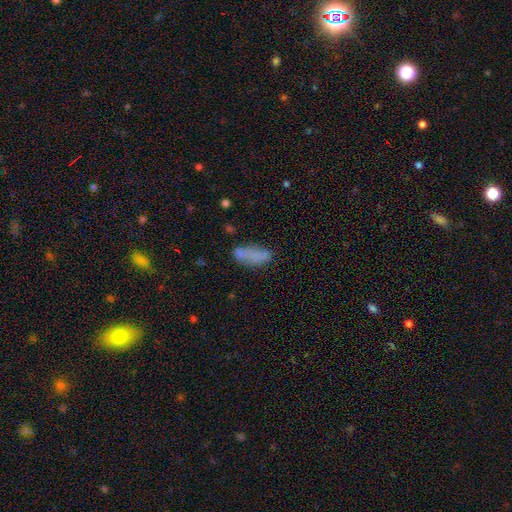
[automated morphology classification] smooth_or_featured: smooth (p=0.73) [alt: featured or disk p=0.16]
how_rounded: in between (p=0.68) [alt: cigar-shaped p=0.28]
merging: none (p=0.52) [alt: minor disturbance p=0.24]